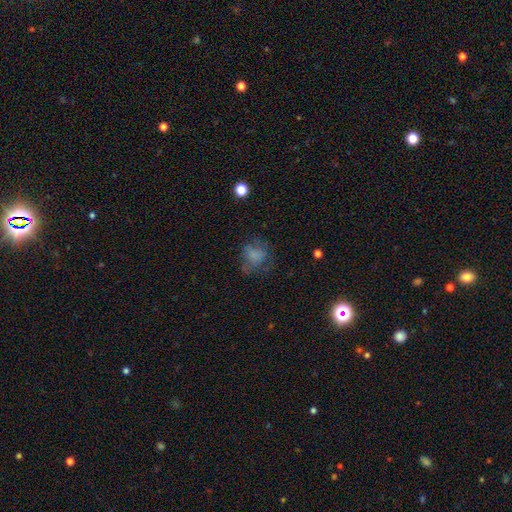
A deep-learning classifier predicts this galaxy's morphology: This is likely a smooth galaxy (63%). How rounded: likely round (61%). Merging: possibly none (50%).